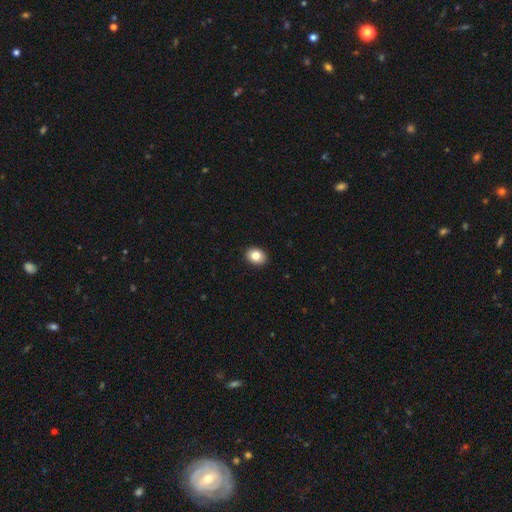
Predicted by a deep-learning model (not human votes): The model was most divided on "how rounded": in between: 64%, round: 35%, cigar-shaped: 1%. More confident: merging — none (91%); smooth or featured — smooth (83%).